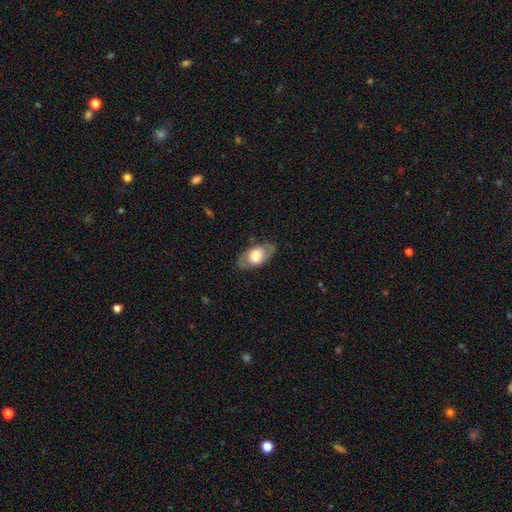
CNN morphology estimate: smooth_or_featured: smooth (p=0.54) [alt: featured or disk p=0.40]
how_rounded: in between (p=0.90) [alt: round p=0.06]
merging: none (p=0.78) [alt: minor disturbance p=0.15]